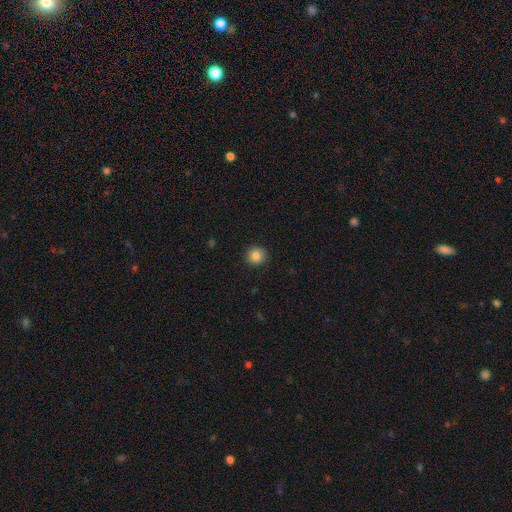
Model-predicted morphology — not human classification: smooth 86%, star or artifact 10%, featured or disk 4%. Down the decision tree: how rounded — round (92%); merging — none (92%).